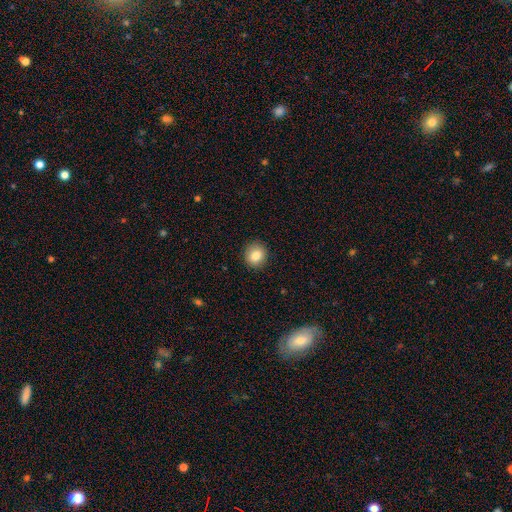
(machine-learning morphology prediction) Q: Smooth or featured?
A: smooth (84%); runner-up: star or artifact (9%)
Q: How rounded?
A: round (87%); runner-up: in between (12%)
Q: Merging?
A: none (91%); runner-up: minor disturbance (6%)